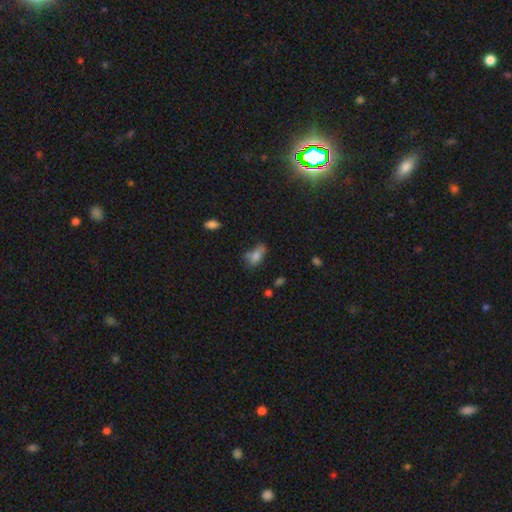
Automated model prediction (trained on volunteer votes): This is likely a smooth galaxy (72%). How rounded: clearly in between (84%). Merging: marginally none (37%).